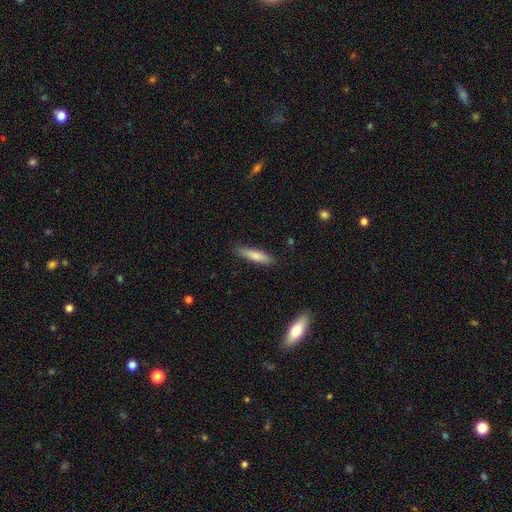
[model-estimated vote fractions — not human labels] Q: Smooth or featured?
A: smooth (76%); runner-up: featured or disk (18%)
Q: How rounded?
A: cigar-shaped (79%); runner-up: in between (19%)
Q: Merging?
A: none (86%); runner-up: minor disturbance (10%)